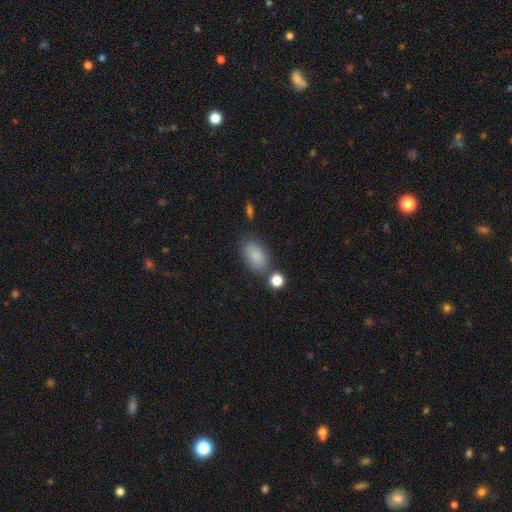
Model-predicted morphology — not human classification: smooth-or-featured: smooth: 85% | star or artifact: 8% | featured or disk: 7%
  how-rounded: in between: 90% | round: 8% | cigar-shaped: 2%
  merging: none: 72% | minor disturbance: 16% | merger: 8% | major disturbance: 5%